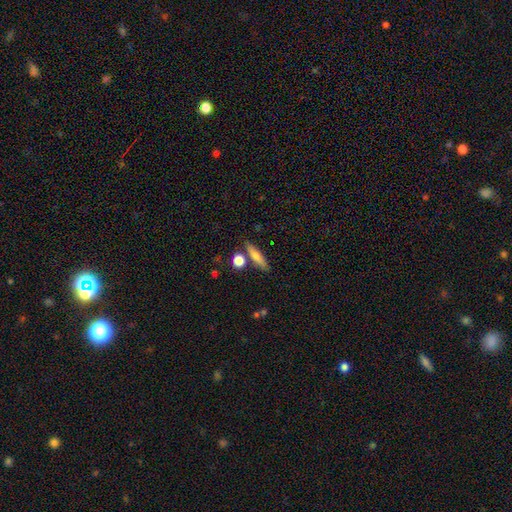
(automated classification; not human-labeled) Q: Smooth or featured?
A: smooth (70%); runner-up: featured or disk (22%)
Q: How rounded?
A: cigar-shaped (69%); runner-up: in between (22%)
Q: Merging?
A: none (76%); runner-up: minor disturbance (11%)